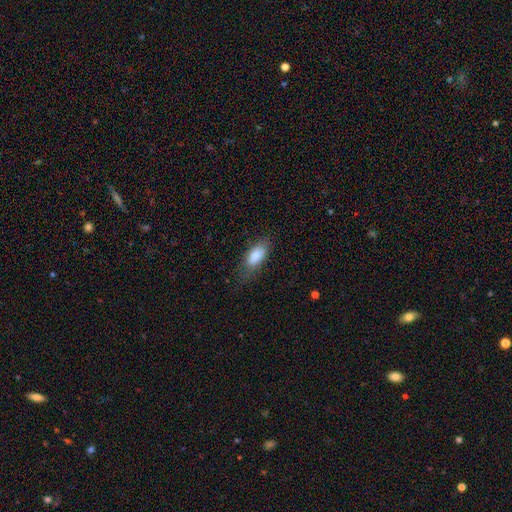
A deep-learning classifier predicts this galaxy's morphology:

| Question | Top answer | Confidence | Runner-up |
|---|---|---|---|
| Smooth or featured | smooth | 85% | featured or disk (9%) |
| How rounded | in between | 86% | cigar-shaped (11%) |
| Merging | none | 66% | minor disturbance (23%) |